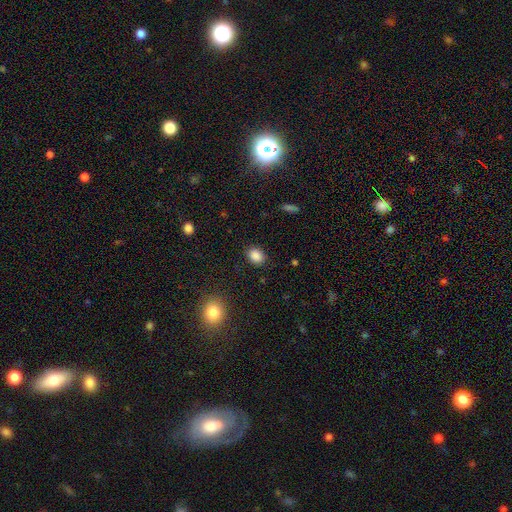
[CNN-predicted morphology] Smooth or featured? Predicted: smooth (p=0.87). How rounded? Predicted: in between (p=0.63). Merging? Predicted: none (p=0.86).